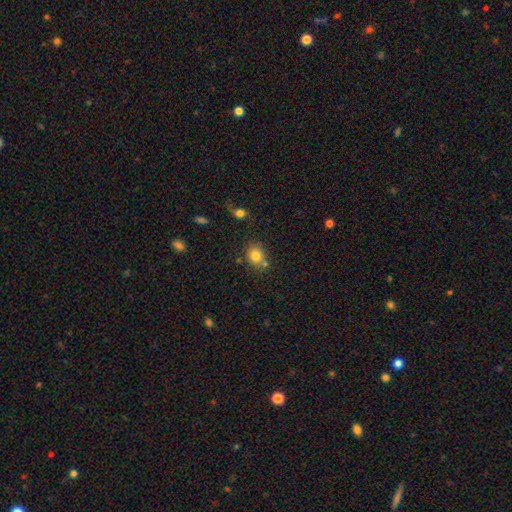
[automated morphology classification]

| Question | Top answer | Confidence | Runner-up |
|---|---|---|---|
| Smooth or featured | smooth | 81% | star or artifact (11%) |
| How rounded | round | 70% | in between (30%) |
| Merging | none | 67% | merger (16%) |